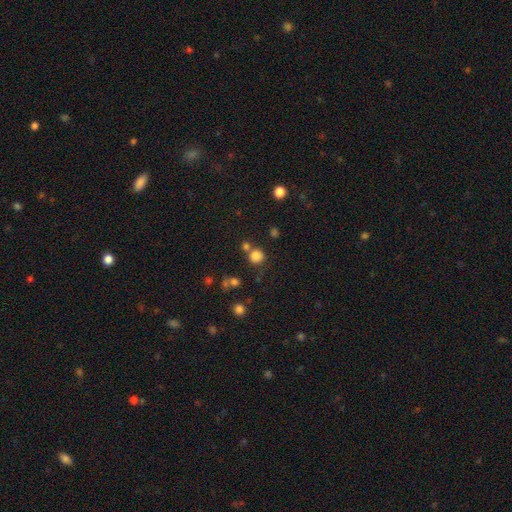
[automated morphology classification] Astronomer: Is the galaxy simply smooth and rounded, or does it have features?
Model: smooth — 80%.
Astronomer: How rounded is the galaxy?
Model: round — 89%.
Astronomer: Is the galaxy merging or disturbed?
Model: none — 67%.